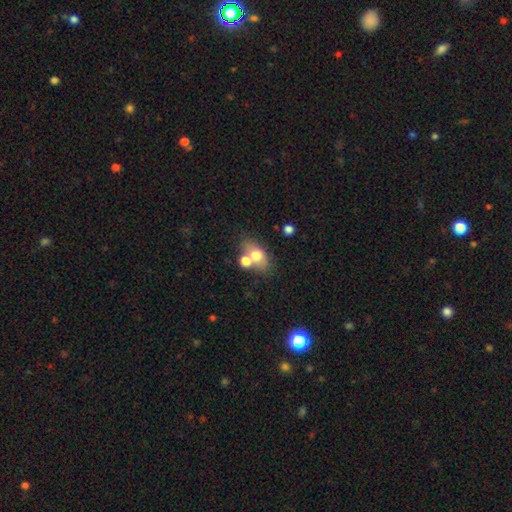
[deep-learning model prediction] smooth_or_featured: smooth (p=0.66) [alt: featured or disk p=0.23]
how_rounded: in between (p=0.72) [alt: round p=0.24]
merging: none (p=0.48) [alt: merger p=0.36]